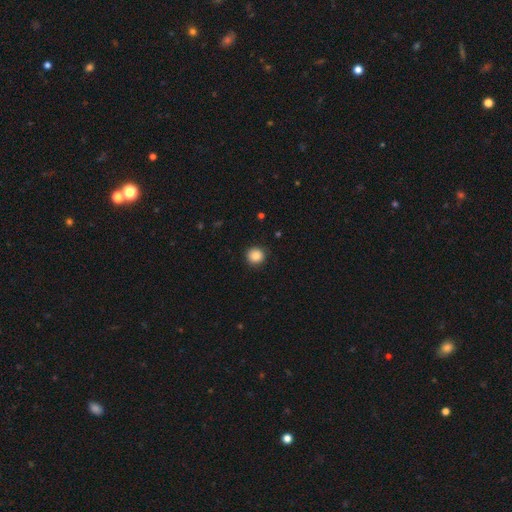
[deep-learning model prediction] A smooth galaxy with no disk features (87%) that is round (93%). Merging: none (88%).